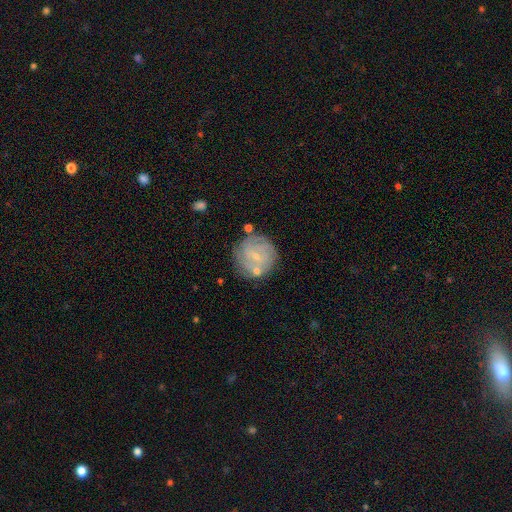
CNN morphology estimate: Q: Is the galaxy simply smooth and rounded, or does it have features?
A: featured or disk — 67%.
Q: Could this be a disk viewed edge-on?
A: no — 98%.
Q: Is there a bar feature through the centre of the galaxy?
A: no — 52%.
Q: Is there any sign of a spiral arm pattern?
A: yes — 83%.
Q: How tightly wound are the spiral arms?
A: tight — 69%.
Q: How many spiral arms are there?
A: can't tell — 45%.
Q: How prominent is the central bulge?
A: small — 77%.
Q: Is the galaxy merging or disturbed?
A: none — 69%.